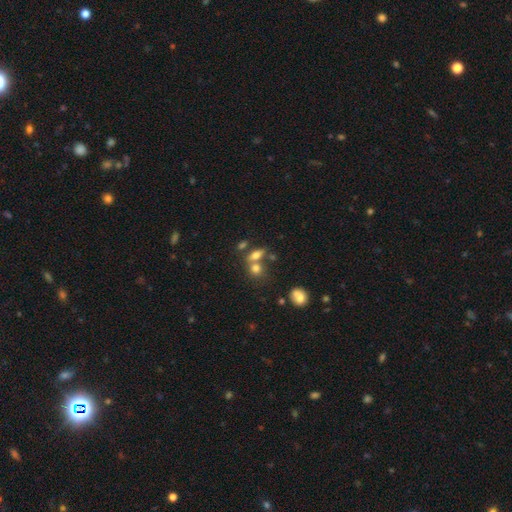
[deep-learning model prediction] The model was most divided on "merging": none: 43%, merger: 41%, minor disturbance: 11%, major disturbance: 5%. More confident: smooth or featured — smooth (70%); how rounded — in between (66%).